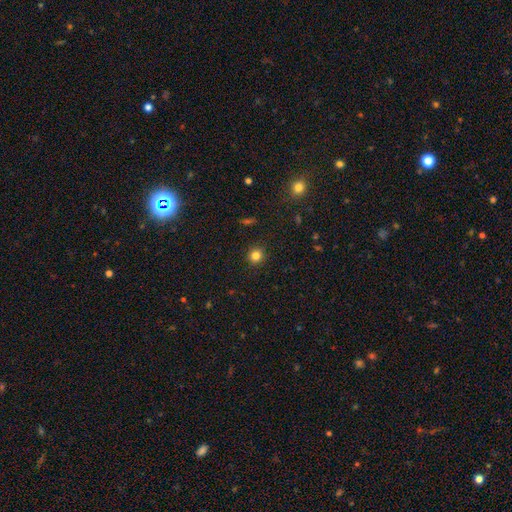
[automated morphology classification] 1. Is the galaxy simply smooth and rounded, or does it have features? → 81% smooth, 13% star or artifact, 6% featured or disk.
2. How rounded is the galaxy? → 90% round, 9% in between, 1% cigar-shaped.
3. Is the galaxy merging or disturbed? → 91% none, 6% minor disturbance, 2% major disturbance, 1% merger.